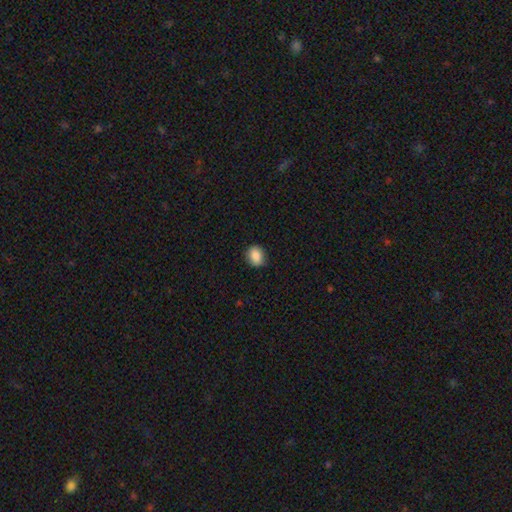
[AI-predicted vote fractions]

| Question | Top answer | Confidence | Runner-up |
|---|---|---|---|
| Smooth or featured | smooth | 87% | star or artifact (8%) |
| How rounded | in between | 54% | round (45%) |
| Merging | none | 87% | minor disturbance (10%) |